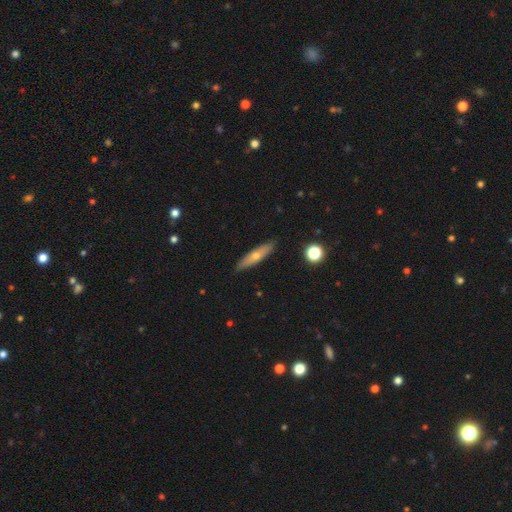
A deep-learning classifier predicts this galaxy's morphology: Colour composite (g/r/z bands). It shows a smooth galaxy with no disk features (50%) that is cigar-shaped (79%). Merging: none (89%).